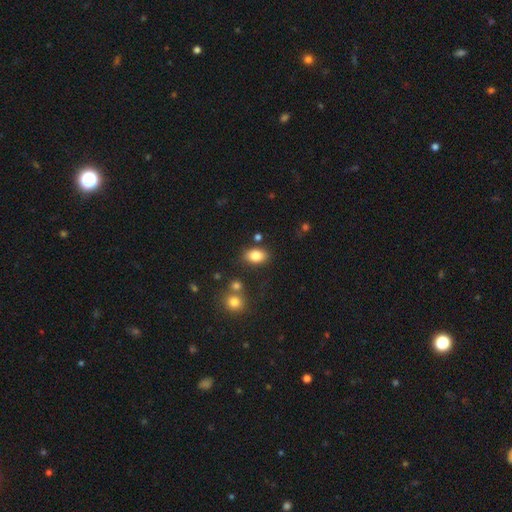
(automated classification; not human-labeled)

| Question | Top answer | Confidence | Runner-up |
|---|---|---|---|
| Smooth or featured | smooth | 83% | star or artifact (9%) |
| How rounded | in between | 86% | round (13%) |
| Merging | none | 80% | minor disturbance (11%) |